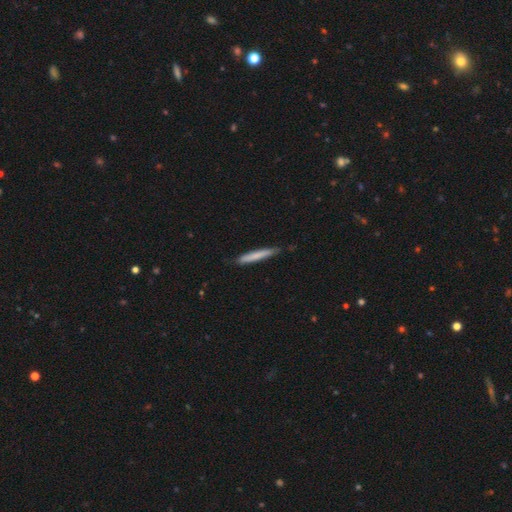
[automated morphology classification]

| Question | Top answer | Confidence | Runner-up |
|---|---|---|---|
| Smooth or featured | smooth | 71% | featured or disk (24%) |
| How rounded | cigar-shaped | 96% | in between (3%) |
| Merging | none | 81% | minor disturbance (16%) |